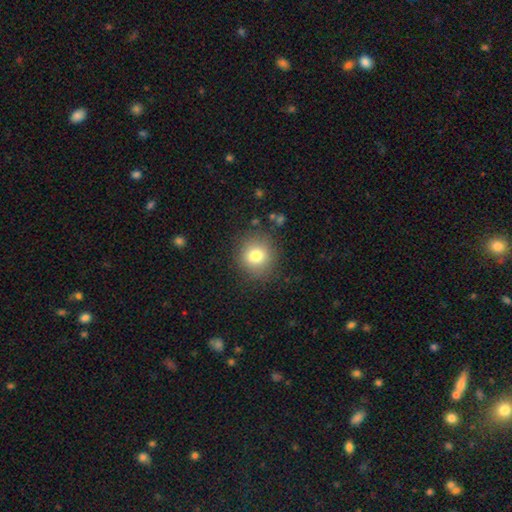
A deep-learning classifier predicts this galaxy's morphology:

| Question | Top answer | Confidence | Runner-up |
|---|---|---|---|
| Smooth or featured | smooth | 79% | star or artifact (12%) |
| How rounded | round | 89% | in between (10%) |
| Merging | none | 86% | minor disturbance (9%) |